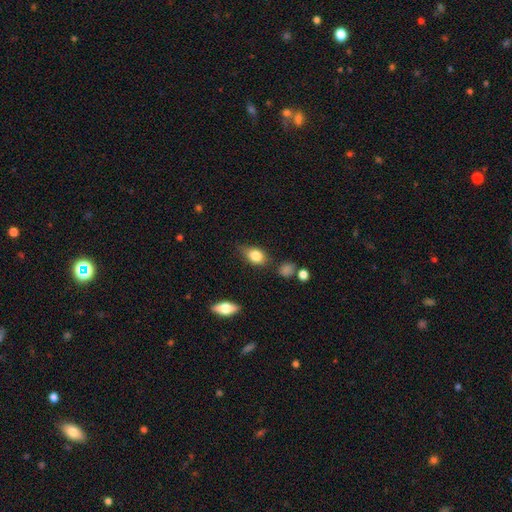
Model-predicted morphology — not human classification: Smooth or featured? Predicted: smooth (p=0.80). How rounded? Predicted: in between (p=0.76). Merging? Predicted: none (p=0.61).